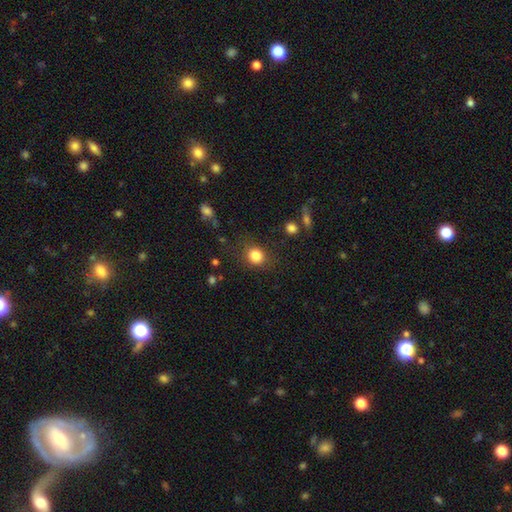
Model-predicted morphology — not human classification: The model was most divided on "how rounded": round: 74%, in between: 25%, cigar-shaped: 1%. More confident: smooth or featured — smooth (84%); merging — none (81%).